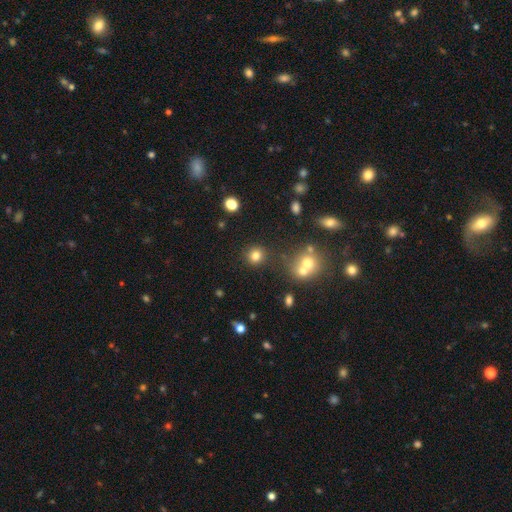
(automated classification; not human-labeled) Q: Smooth or featured?
A: smooth (79%); runner-up: star or artifact (14%)
Q: How rounded?
A: round (88%); runner-up: in between (11%)
Q: Merging?
A: none (84%); runner-up: minor disturbance (8%)